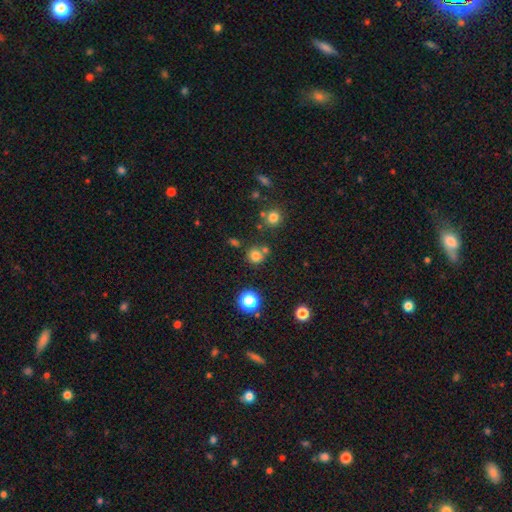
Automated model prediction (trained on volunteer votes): A smooth galaxy with no disk features (73%) that is round (89%). Merging: none (69%).